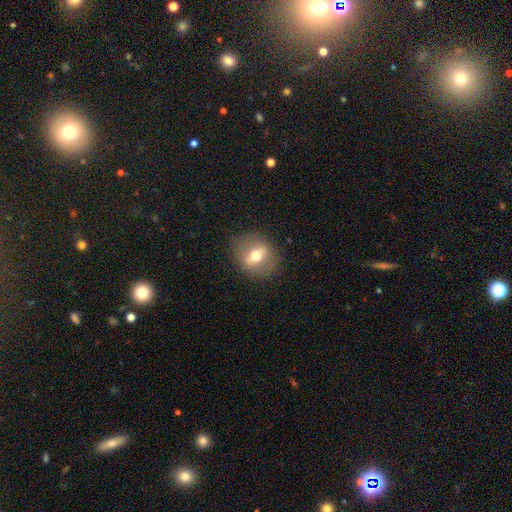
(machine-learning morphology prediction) Smooth or featured? smooth (47%)
Merging? none (84%)